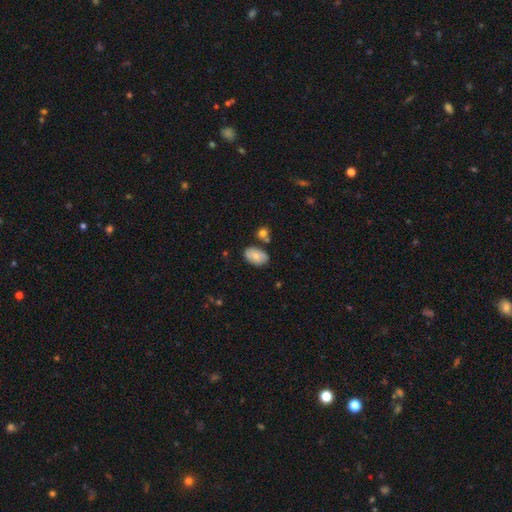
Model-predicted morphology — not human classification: Smooth or featured? Predicted: smooth (p=0.68). How rounded? Predicted: in between (p=0.88). Merging? Predicted: none (p=0.66).